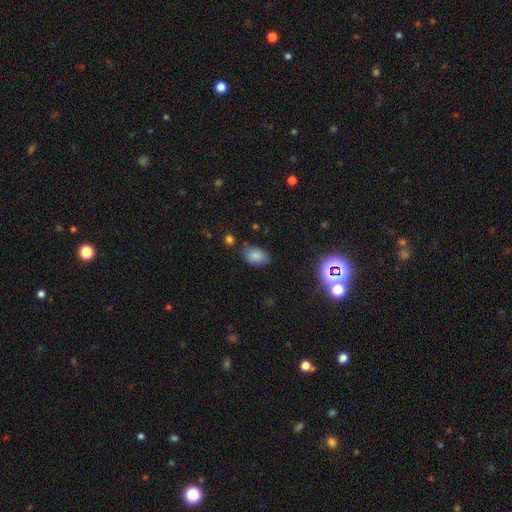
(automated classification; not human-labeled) The model was most divided on "merging": none: 76%, minor disturbance: 17%, major disturbance: 4%, merger: 3%. More confident: how rounded — in between (87%); smooth or featured — smooth (82%).